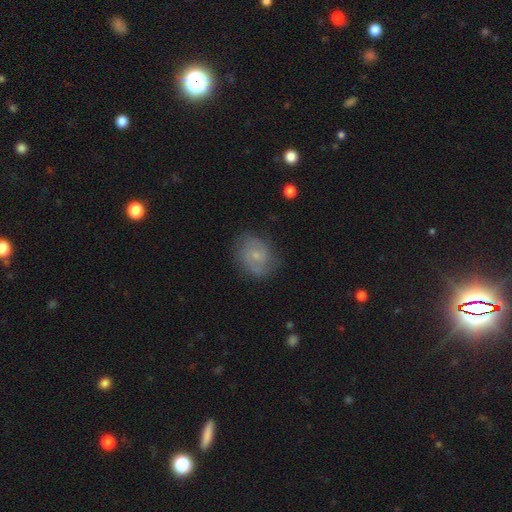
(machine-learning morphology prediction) This appears to be a featured or disk galaxy (55%) with no bar (68%), spiral arms (80%) and a small central bulge (71%). Merging: none (71%).